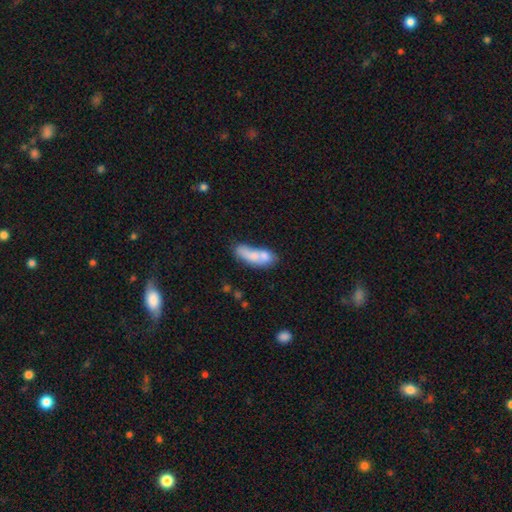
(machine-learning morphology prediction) A smooth galaxy with no disk features (68%) that is in between round and cigar-shaped (64%). Merging: merger (50%).